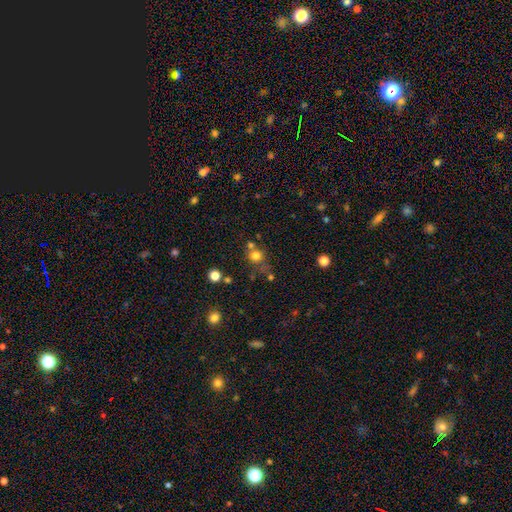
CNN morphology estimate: A smooth galaxy with no disk features (74%) that is round (87%).

Vote fractions:
- Smooth or featured? smooth: 74% / star or artifact: 17% / featured or disk: 9%
- How rounded? round: 87% / in between: 12% / cigar-shaped: 1%
- Merging? none: 57% / merger: 23% / minor disturbance: 13% / major disturbance: 7%